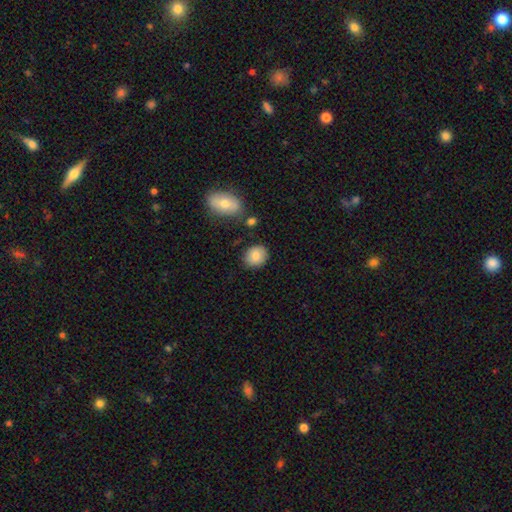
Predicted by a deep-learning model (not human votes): This appears to be a smooth galaxy with no disk features (84%) that is round (63%). Merging: none (83%).